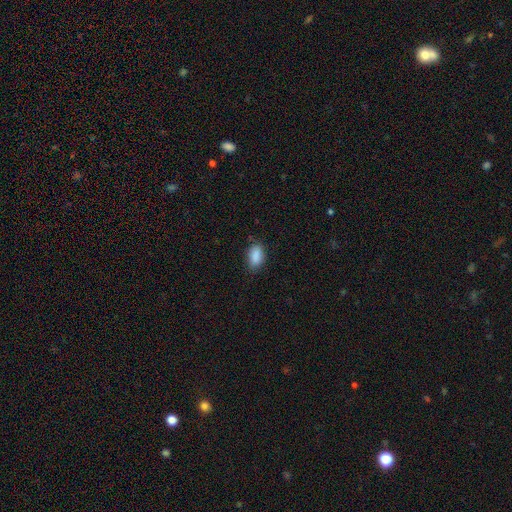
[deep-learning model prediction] Q: Smooth or featured?
A: smooth (89%); runner-up: star or artifact (7%)
Q: How rounded?
A: in between (92%); runner-up: round (5%)
Q: Merging?
A: none (80%); runner-up: minor disturbance (16%)